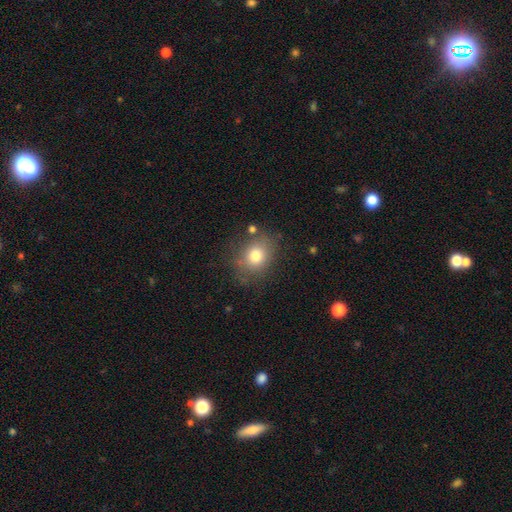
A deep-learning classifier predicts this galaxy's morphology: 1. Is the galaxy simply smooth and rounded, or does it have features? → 77% smooth, 12% featured or disk, 11% star or artifact.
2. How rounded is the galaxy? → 58% round, 41% in between, 1% cigar-shaped.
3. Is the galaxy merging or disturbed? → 74% none, 16% minor disturbance, 6% major disturbance, 4% merger.